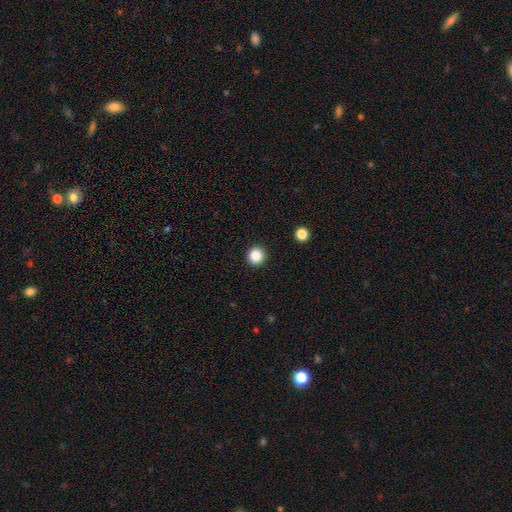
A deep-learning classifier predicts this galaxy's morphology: Smooth or featured: smooth — 86% (star or artifact — 10%)
How rounded: round — 95% (in between — 4%)
Merging: none — 93% (minor disturbance — 5%)